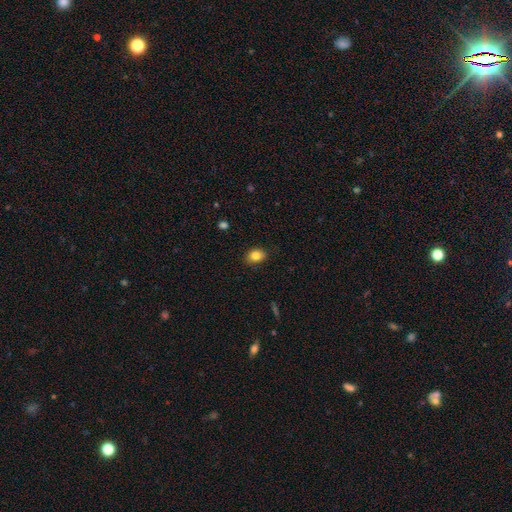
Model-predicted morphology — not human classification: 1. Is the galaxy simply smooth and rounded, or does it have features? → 84% smooth, 10% star or artifact, 6% featured or disk.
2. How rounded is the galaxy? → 61% in between, 38% round, 1% cigar-shaped.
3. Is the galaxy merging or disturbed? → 85% none, 12% minor disturbance, 2% major disturbance, 1% merger.